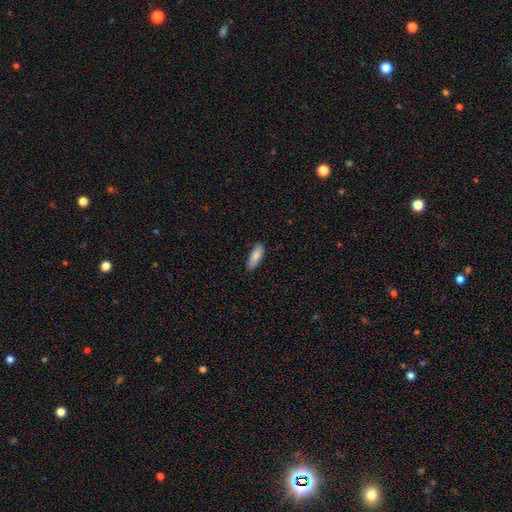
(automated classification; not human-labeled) Smooth or featured? smooth (85%)
How rounded? in between (57%)
Merging? none (84%)